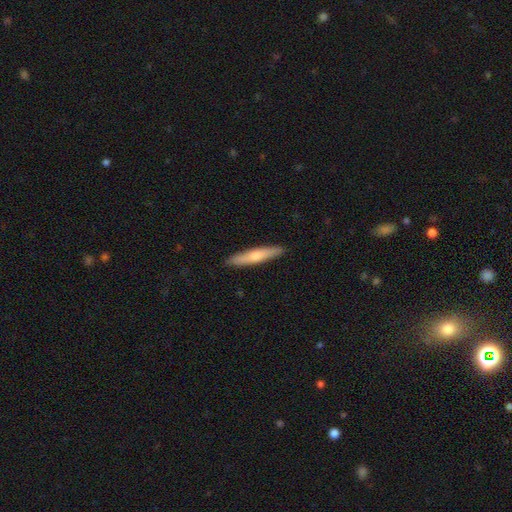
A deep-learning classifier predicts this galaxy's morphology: A smooth galaxy with no disk features (62%) that is cigar-shaped (90%).

Vote fractions:
- Smooth or featured? smooth: 62% / featured or disk: 33% / star or artifact: 5%
- How rounded? cigar-shaped: 90% / in between: 9% / round: 1%
- Merging? none: 91% / minor disturbance: 7% / major disturbance: 1% / merger: 1%